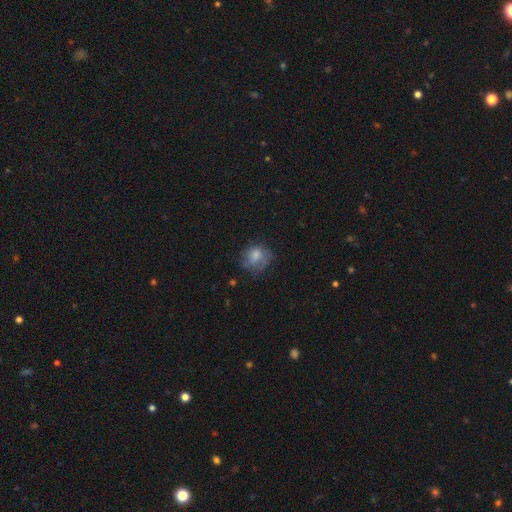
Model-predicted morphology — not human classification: Smooth or featured: smooth — 74% (featured or disk — 16%)
How rounded: round — 67% (in between — 32%)
Merging: none — 55% (minor disturbance — 27%)